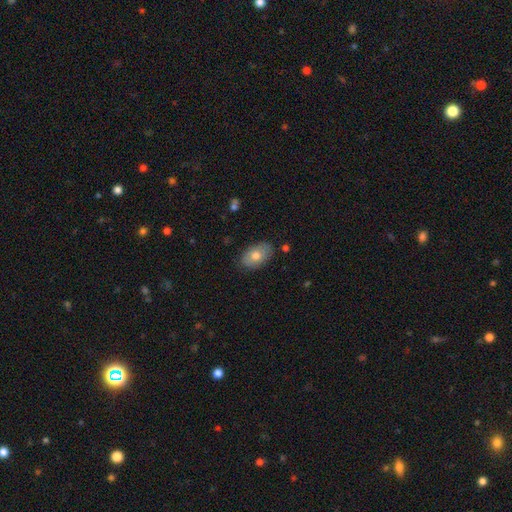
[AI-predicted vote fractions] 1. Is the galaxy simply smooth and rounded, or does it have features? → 73% smooth, 20% featured or disk, 7% star or artifact.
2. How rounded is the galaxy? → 91% in between, 8% round, 1% cigar-shaped.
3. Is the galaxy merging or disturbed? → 82% none, 14% minor disturbance, 3% major disturbance, 2% merger.